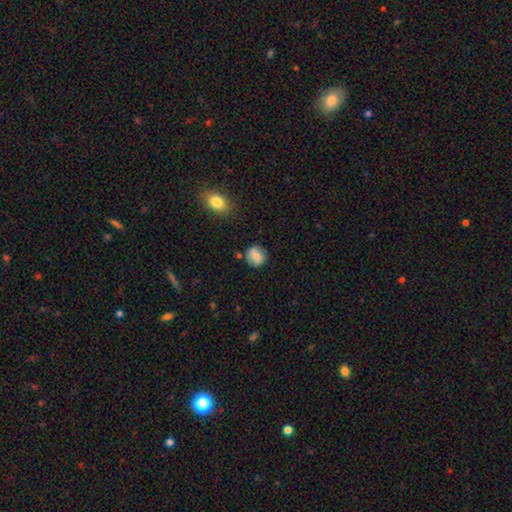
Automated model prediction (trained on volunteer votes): Q: Smooth or featured?
A: smooth (75%); runner-up: featured or disk (16%)
Q: How rounded?
A: round (80%); runner-up: in between (18%)
Q: Merging?
A: none (78%); runner-up: minor disturbance (15%)